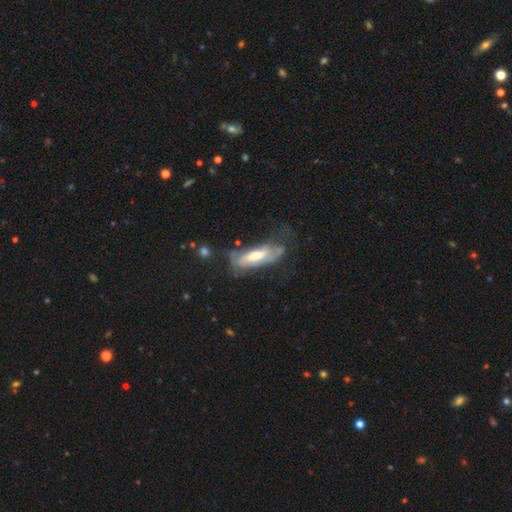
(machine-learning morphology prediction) Smooth or featured? featured or disk (62%)
Edge-on disk? no (70%)
Merging? none (45%)